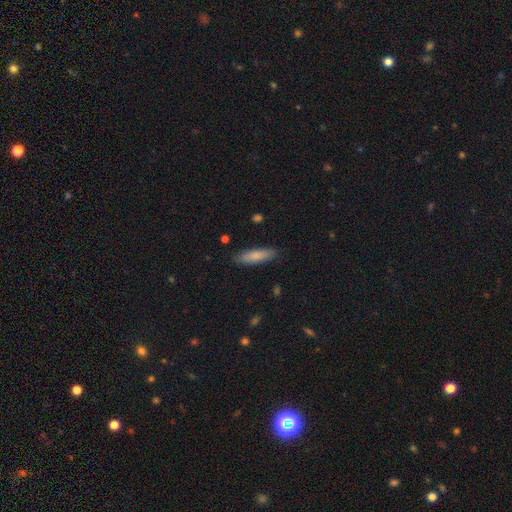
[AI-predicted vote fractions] Q: Smooth or featured?
A: smooth (82%); runner-up: featured or disk (13%)
Q: How rounded?
A: cigar-shaped (67%); runner-up: in between (31%)
Q: Merging?
A: none (87%); runner-up: minor disturbance (9%)